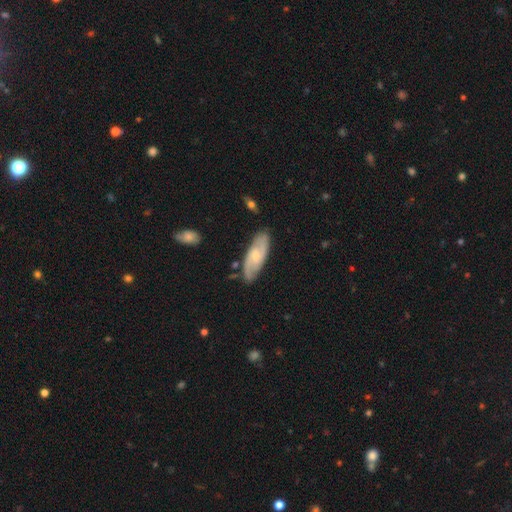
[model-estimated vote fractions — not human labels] Smooth or featured?
  - featured or disk: 65% *
  - smooth: 29%
  - star or artifact: 6%
Edge-on disk?
  - no: 88% *
  - yes: 12%
Bar?
  - no: 55% *
  - weak: 38%
  - strong: 7%
Spiral arms?
  - yes: 91% *
  - no: 9%
Spiral winding?
  - medium: 45% *
  - tight: 33%
  - loose: 22%
Spiral arm count?
  - 2: 72% *
  - can't tell: 17%
  - 3: 5%
  - 1: 2%
  - 4: 2%
  - more than 4: 1%
Bulge size?
  - small: 61% *
  - moderate: 28%
  - none: 7%
  - large: 2%
  - dominant: 1%
Merging?
  - none: 79% *
  - minor disturbance: 16%
  - major disturbance: 3%
  - merger: 2%